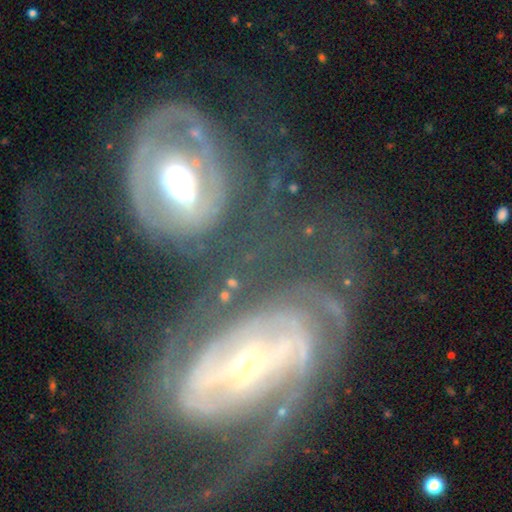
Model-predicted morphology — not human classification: The model was most divided on "merging" (2-way tie): merger: 33%, none: 33%, major disturbance: 20%, minor disturbance: 14%. Remaining: edge-on disk — no (94%); spiral arms — yes (81%); smooth or featured — featured or disk (79%); spiral winding — tight (53%); bulge size — moderate (51%); spiral arm count — 2 (40%); bar — no (39%).